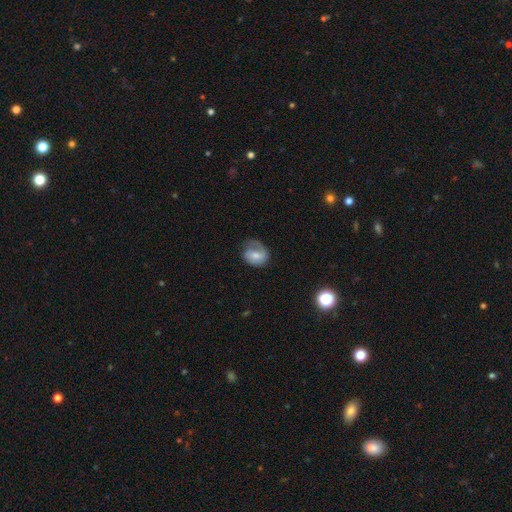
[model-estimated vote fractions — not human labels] Q: Smooth or featured?
A: smooth (49%); runner-up: featured or disk (43%)
Q: Merging?
A: none (52%); runner-up: minor disturbance (28%)